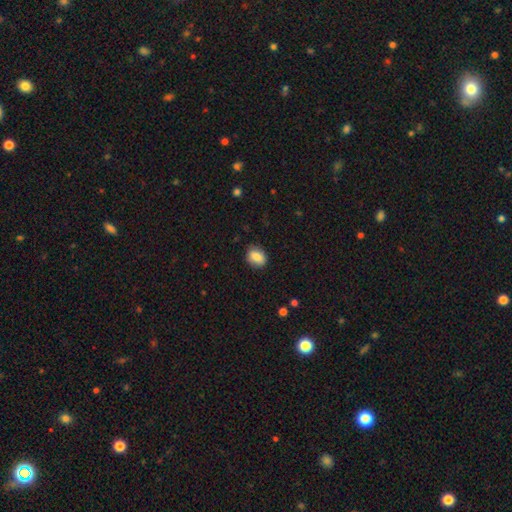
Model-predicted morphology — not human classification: Smooth or featured? Predicted: smooth (p=0.84). How rounded? Predicted: in between (p=0.59). Merging? Predicted: none (p=0.83).